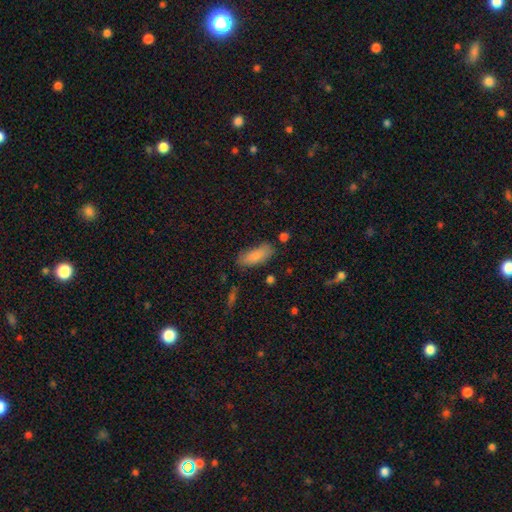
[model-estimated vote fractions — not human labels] Overall: smooth (84%). How rounded: in between (80%). Merging: none (73%).